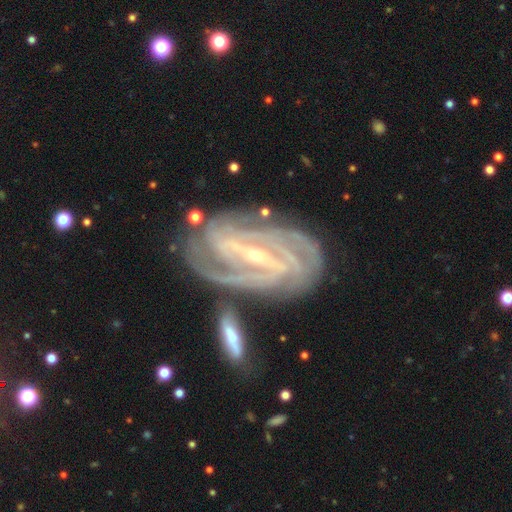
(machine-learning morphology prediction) Q: Smooth or featured?
A: featured or disk (93%); runner-up: star or artifact (5%)
Q: Edge-on disk?
A: no (96%); runner-up: yes (4%)
Q: Bar?
A: strong (67%); runner-up: weak (24%)
Q: Spiral arms?
A: yes (98%); runner-up: no (2%)
Q: Spiral winding?
A: tight (69%); runner-up: medium (26%)
Q: Spiral arm count?
A: 3 (25%); runner-up: 2 (23%)
Q: Bulge size?
A: small (76%); runner-up: moderate (21%)
Q: Merging?
A: none (72%); runner-up: minor disturbance (15%)